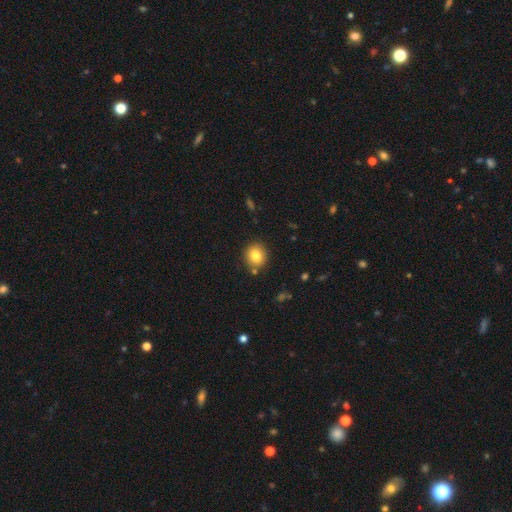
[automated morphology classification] type=smooth (82%); roundness=round (78%); merging=none (85%).